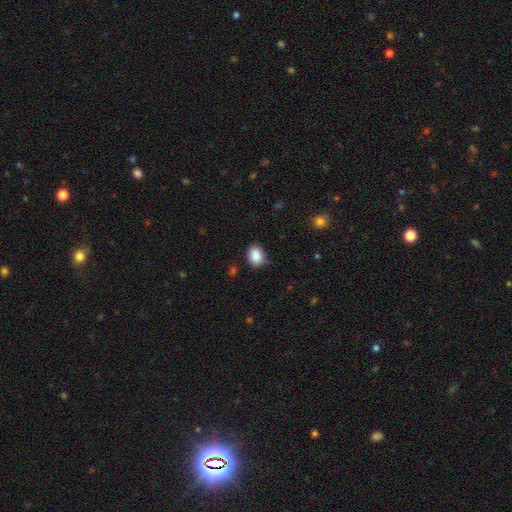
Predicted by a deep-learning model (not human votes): Morphology: type=smooth (88%); roundness=in between (67%); merging=none (80%).